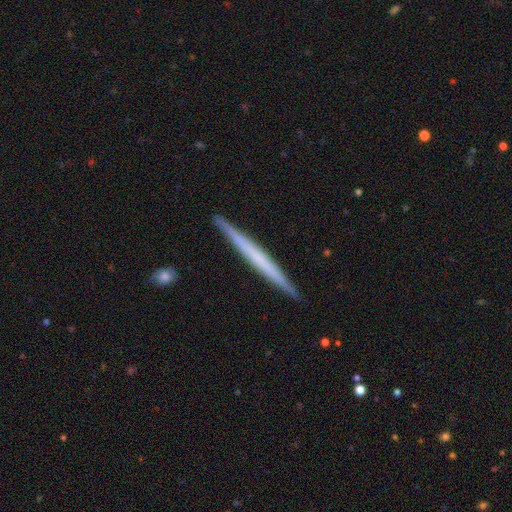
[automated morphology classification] This is possibly a featured or disk galaxy (52%). It is clearly viewed edge-on (98%). Edge-on bulge: clearly none (88%). Merging: clearly none (92%).